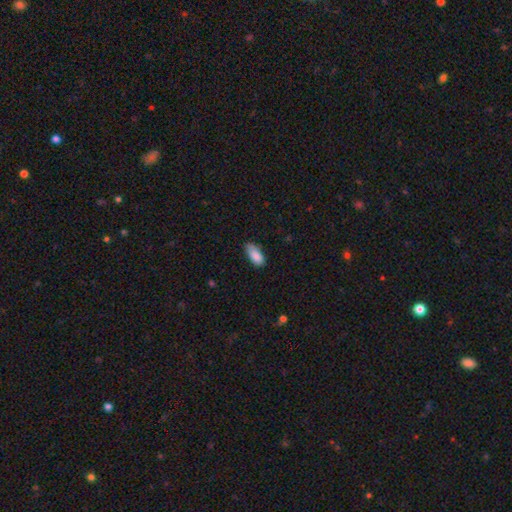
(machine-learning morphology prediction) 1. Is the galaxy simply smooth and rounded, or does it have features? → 87% smooth, 7% star or artifact, 6% featured or disk.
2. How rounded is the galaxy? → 87% in between, 11% cigar-shaped, 2% round.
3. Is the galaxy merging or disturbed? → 64% none, 30% minor disturbance, 5% major disturbance, 2% merger.